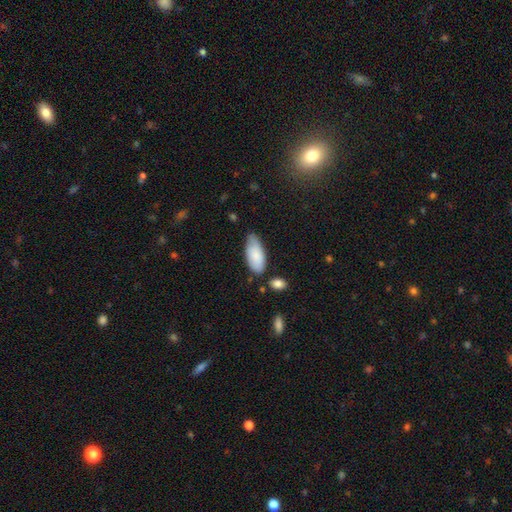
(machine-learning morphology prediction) The model was most divided on "merging": none: 61%, minor disturbance: 30%, major disturbance: 5%, merger: 4%. More confident: how rounded — in between (87%); smooth or featured — smooth (83%).